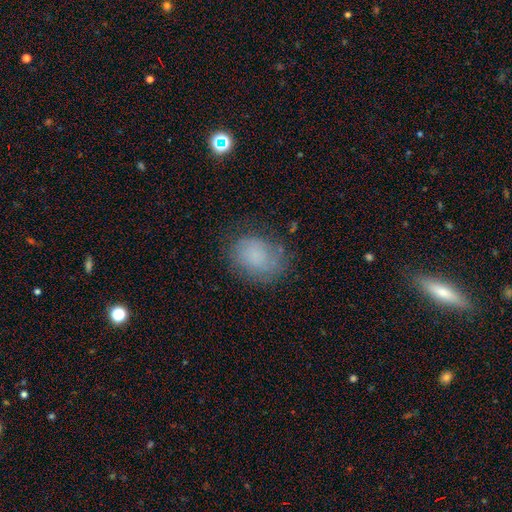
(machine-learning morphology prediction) type=smooth (69%); roundness=in between (56%); merging=none (69%).